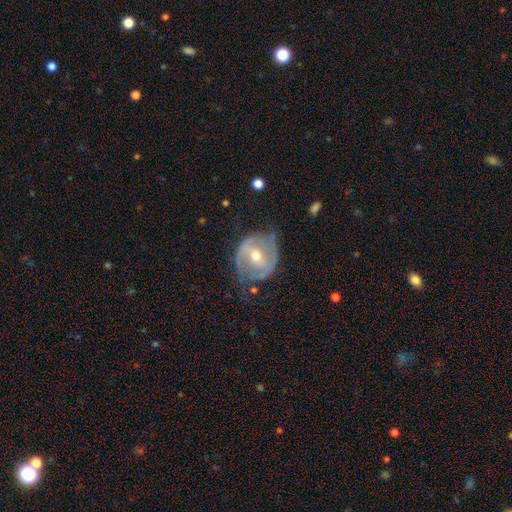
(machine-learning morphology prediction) A featured or disk galaxy (73%) with a weak bar (42%), spiral arms (70%) and a moderate central bulge (68%). Merging: none (57%).